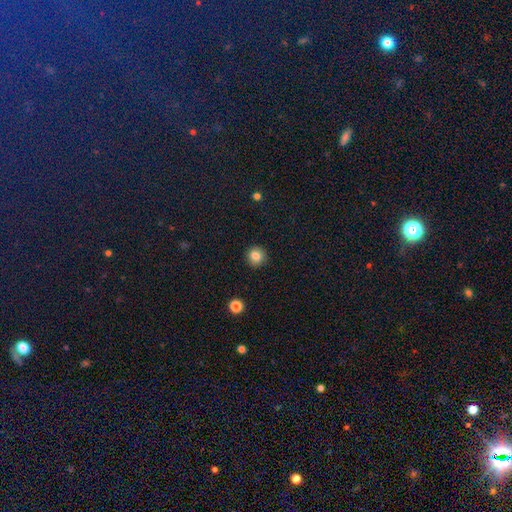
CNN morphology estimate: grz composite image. It shows a smooth galaxy with no disk features (83%) that is round (92%). Merging: none (92%).